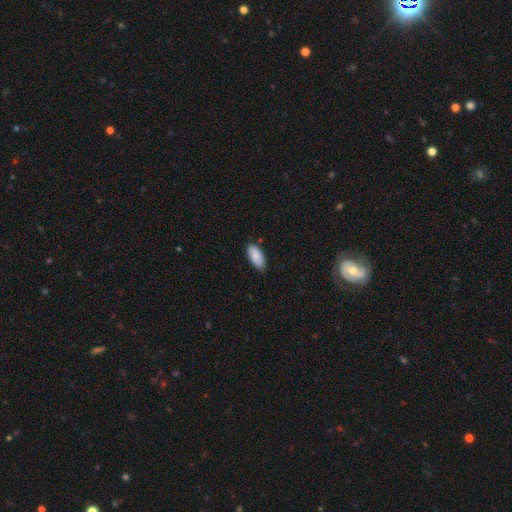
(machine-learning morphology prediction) Q: Smooth or featured?
A: smooth (85%); runner-up: featured or disk (9%)
Q: How rounded?
A: in between (92%); runner-up: cigar-shaped (6%)
Q: Merging?
A: none (78%); runner-up: minor disturbance (18%)